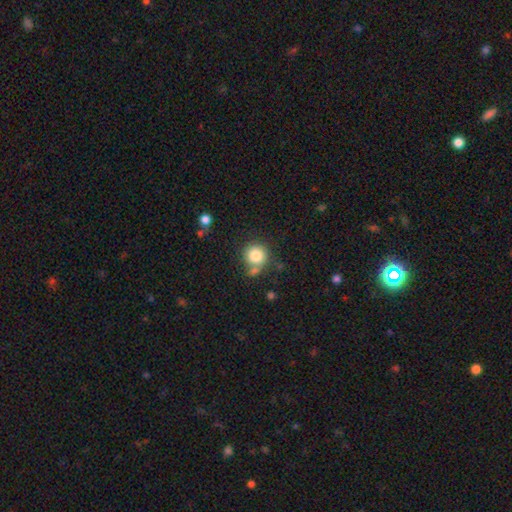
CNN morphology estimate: This is clearly a smooth galaxy (83%). How rounded: clearly round (91%). Merging: likely none (65%).